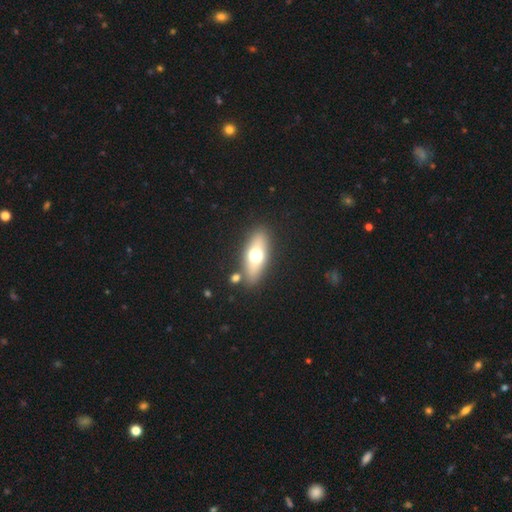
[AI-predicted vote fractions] smooth 57%, featured or disk 35%, star or artifact 8%. Down the decision tree: how rounded — in between (65%); merging — none (84%).